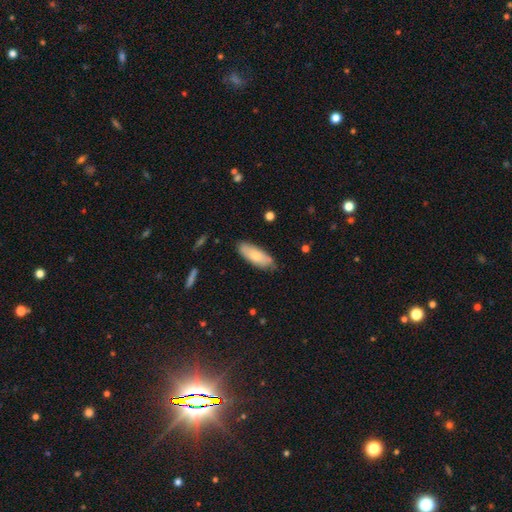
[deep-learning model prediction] smooth-or-featured: smooth: 74% | featured or disk: 20% | star or artifact: 6%
  how-rounded: in between: 70% | cigar-shaped: 29% | round: 2%
  merging: none: 75% | minor disturbance: 21% | major disturbance: 3% | merger: 2%